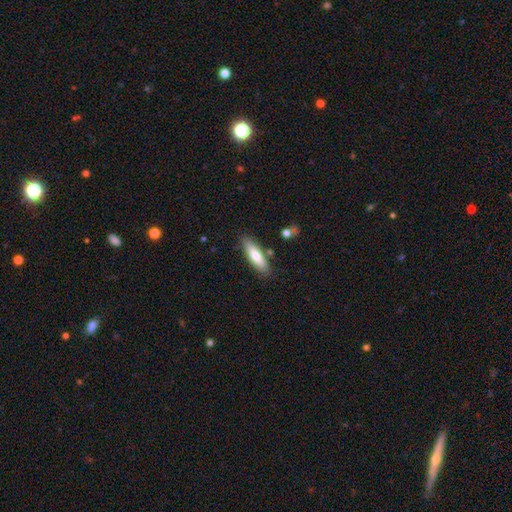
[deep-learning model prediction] This is likely a smooth galaxy (72%). How rounded: possibly cigar-shaped (59%). Merging: clearly none (81%).